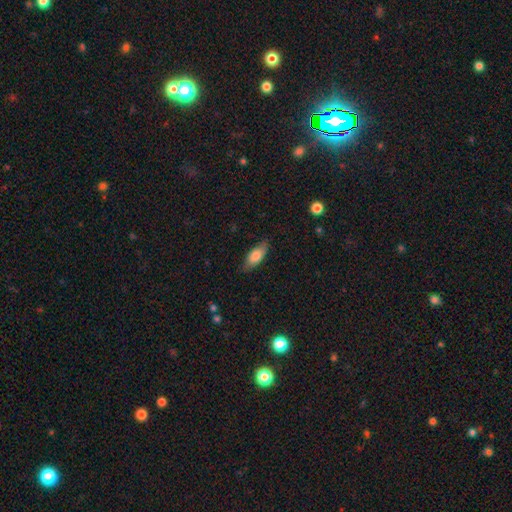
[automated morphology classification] A smooth galaxy with no disk features (79%) that is in between round and cigar-shaped (79%).

Vote fractions:
- Smooth or featured? smooth: 79% / featured or disk: 15% / star or artifact: 6%
- How rounded? in between: 79% / cigar-shaped: 19% / round: 2%
- Merging? none: 78% / minor disturbance: 17% / major disturbance: 3% / merger: 1%